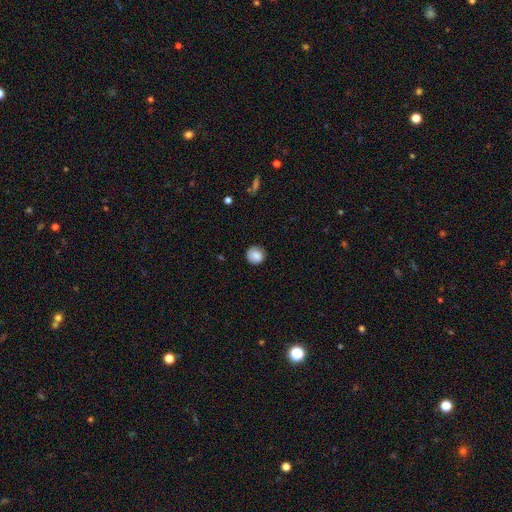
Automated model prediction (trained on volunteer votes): smooth-or-featured: smooth: 86% | star or artifact: 8% | featured or disk: 6%
  how-rounded: round: 88% | in between: 11% | cigar-shaped: 1%
  merging: none: 80% | minor disturbance: 16% | major disturbance: 4% | merger: 1%